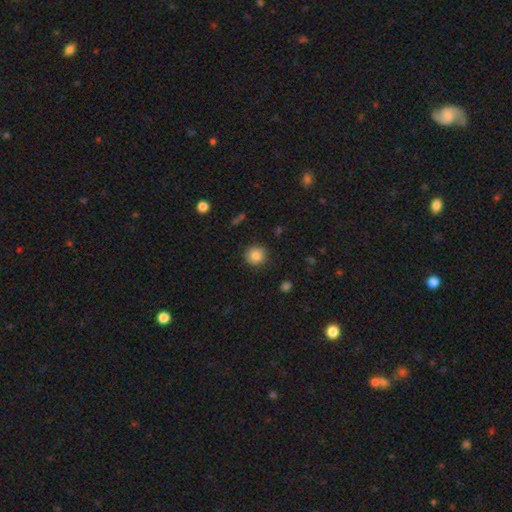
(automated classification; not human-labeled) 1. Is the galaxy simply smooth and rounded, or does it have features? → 85% smooth, 10% star or artifact, 6% featured or disk.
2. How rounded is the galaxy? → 92% round, 7% in between, 1% cigar-shaped.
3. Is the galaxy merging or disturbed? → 89% none, 8% minor disturbance, 2% major disturbance, 1% merger.